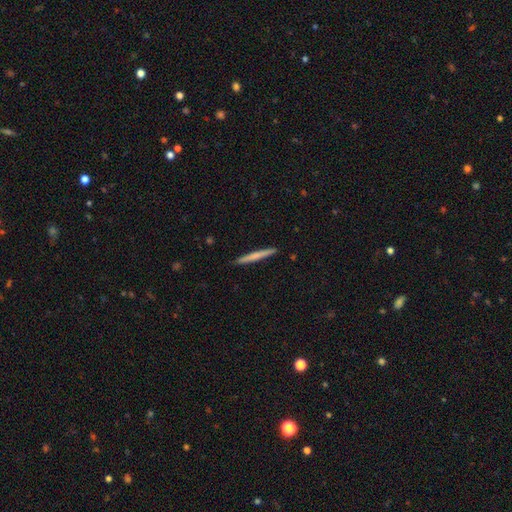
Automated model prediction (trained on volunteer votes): Smooth or featured? smooth (64%)
How rounded? cigar-shaped (97%)
Merging? none (92%)